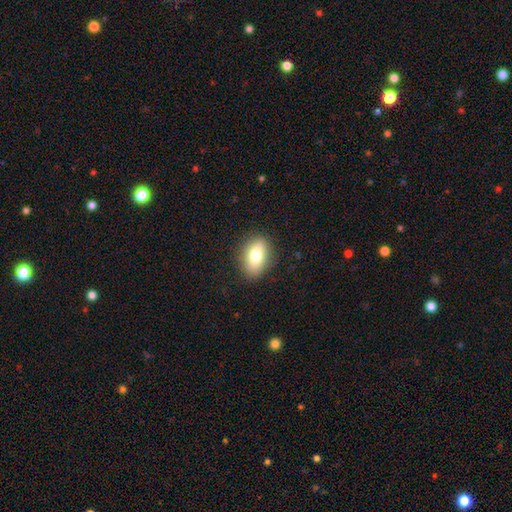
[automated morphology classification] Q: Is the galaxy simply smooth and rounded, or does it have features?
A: smooth — 77%.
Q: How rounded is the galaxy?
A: in between — 85%.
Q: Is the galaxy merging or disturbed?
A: none — 86%.